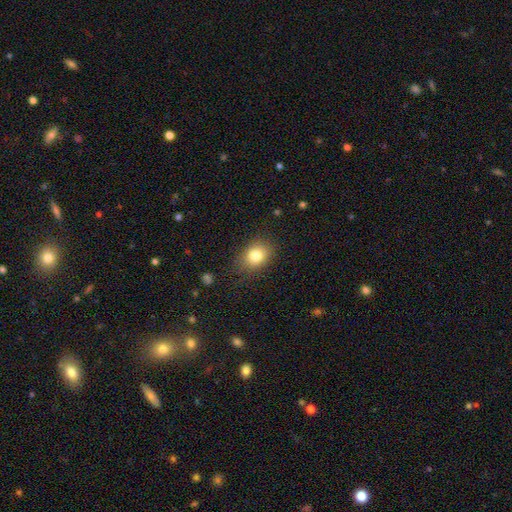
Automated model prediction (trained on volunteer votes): Smooth or featured: smooth — 81% (star or artifact — 10%)
How rounded: in between — 55% (round — 44%)
Merging: none — 77% (minor disturbance — 16%)